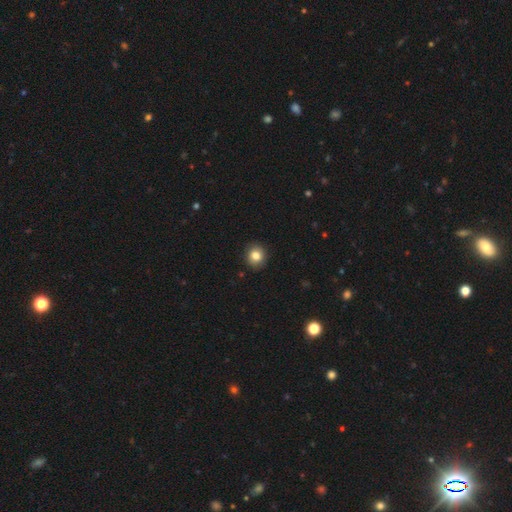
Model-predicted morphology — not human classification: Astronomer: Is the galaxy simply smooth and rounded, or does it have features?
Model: smooth — 83%.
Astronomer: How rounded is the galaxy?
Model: round — 81%.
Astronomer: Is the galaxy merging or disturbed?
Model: none — 90%.